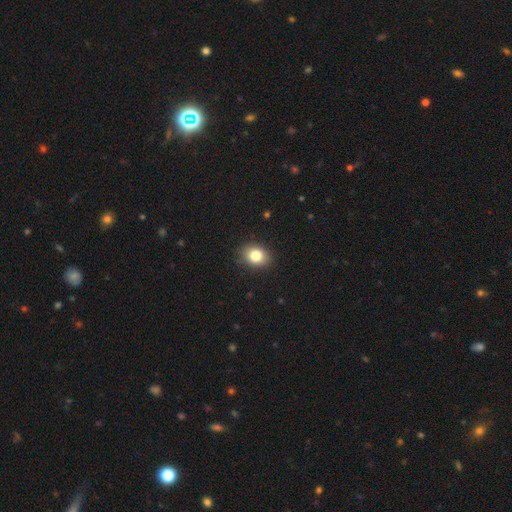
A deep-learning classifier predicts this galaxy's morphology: Smooth or featured: smooth — 82% (star or artifact — 10%)
How rounded: in between — 55% (round — 44%)
Merging: none — 88% (minor disturbance — 8%)